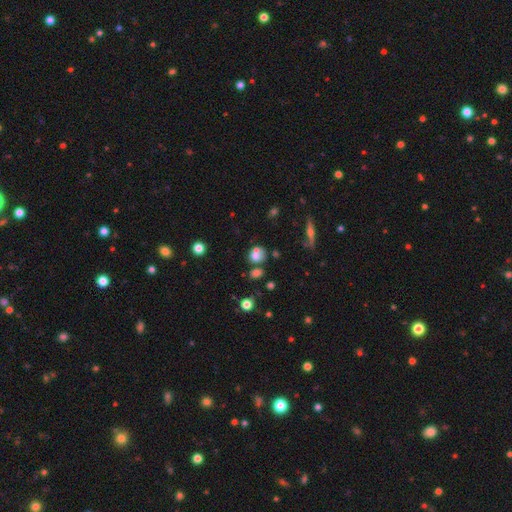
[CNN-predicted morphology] type=smooth (68%); roundness=round (59%); merging=none (42%).